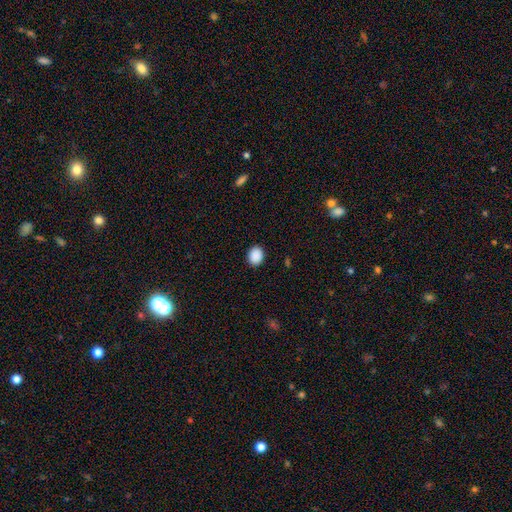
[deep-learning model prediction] smooth 90%, star or artifact 8%, featured or disk 2%. Down the decision tree: how rounded — round (55%); merging — none (91%).